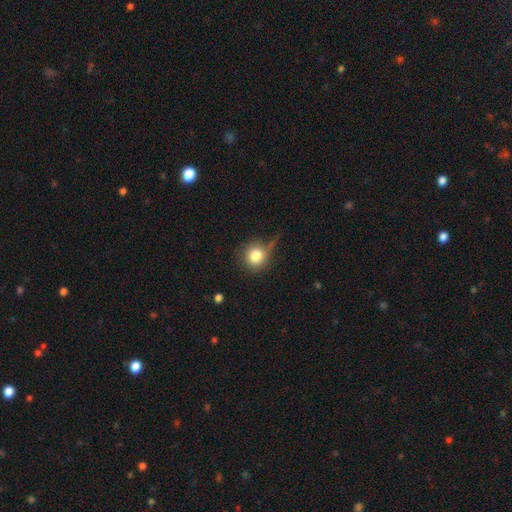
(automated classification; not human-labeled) This is clearly a smooth galaxy (81%). How rounded: clearly round (90%). Merging: likely none (63%).